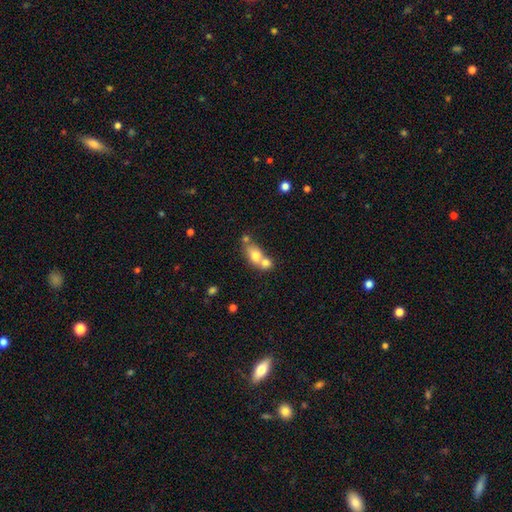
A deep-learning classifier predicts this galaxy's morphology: The model was most divided on "how rounded": in between: 61%, round: 36%, cigar-shaped: 4%. More confident: smooth or featured — smooth (71%); merging — merger (64%).